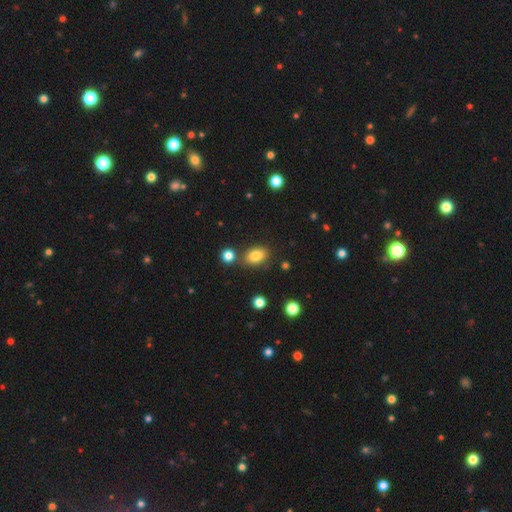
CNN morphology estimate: Q: Smooth or featured?
A: smooth (82%); runner-up: star or artifact (10%)
Q: How rounded?
A: in between (81%); runner-up: round (18%)
Q: Merging?
A: none (76%); runner-up: minor disturbance (12%)